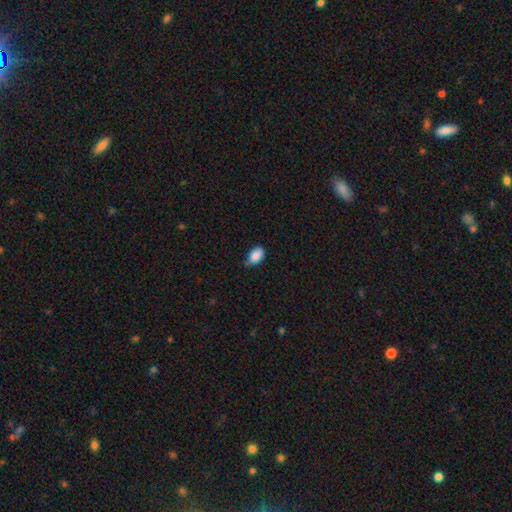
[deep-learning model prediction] Morphology: type=smooth (88%); roundness=in between (87%); merging=none (56%).